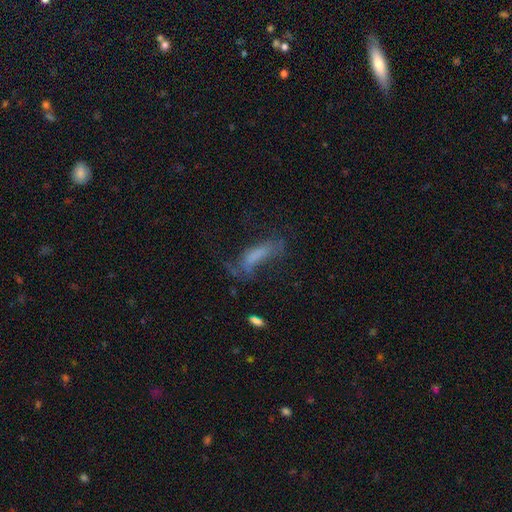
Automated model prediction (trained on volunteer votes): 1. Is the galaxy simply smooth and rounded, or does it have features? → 49% smooth, 35% featured or disk, 16% star or artifact.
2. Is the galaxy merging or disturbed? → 37% major disturbance, 35% none, 23% minor disturbance, 5% merger.